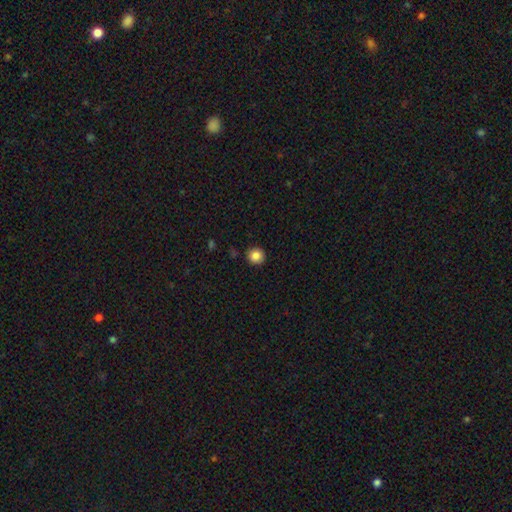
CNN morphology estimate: Q: Smooth or featured?
A: smooth (86%); runner-up: star or artifact (10%)
Q: How rounded?
A: round (94%); runner-up: in between (5%)
Q: Merging?
A: none (92%); runner-up: minor disturbance (5%)